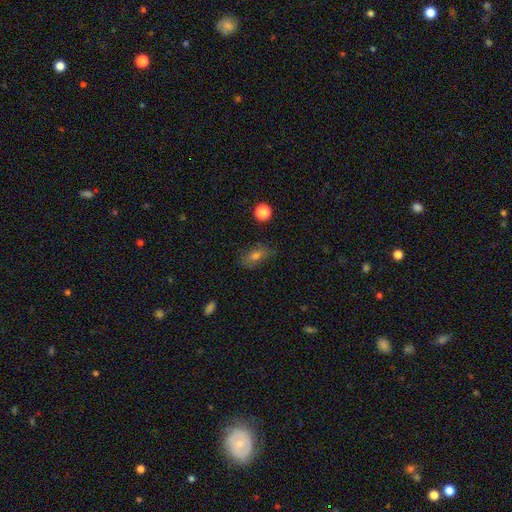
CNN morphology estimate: smooth-or-featured: smooth: 64% | featured or disk: 19% | star or artifact: 17%
  how-rounded: in between: 80% | round: 13% | cigar-shaped: 7%
  merging: none: 78% | minor disturbance: 15% | major disturbance: 5% | merger: 2%